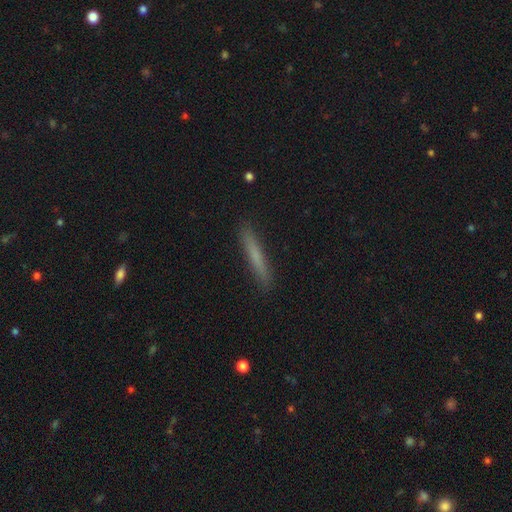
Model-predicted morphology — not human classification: Overall: smooth (70%). How rounded: cigar-shaped (95%). Merging: none (90%).